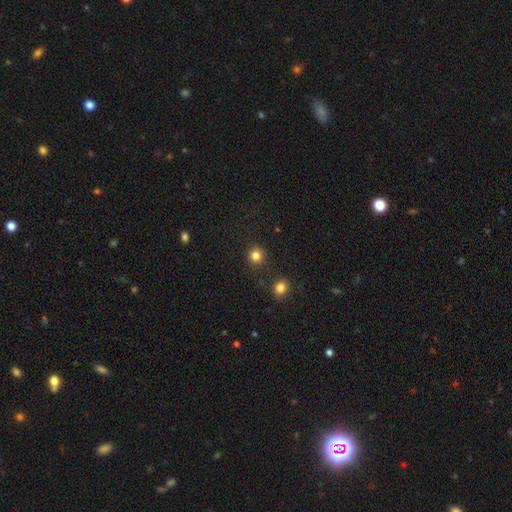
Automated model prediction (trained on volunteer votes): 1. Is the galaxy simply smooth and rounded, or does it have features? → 82% smooth, 13% star or artifact, 4% featured or disk.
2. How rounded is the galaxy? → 92% round, 7% in between, 1% cigar-shaped.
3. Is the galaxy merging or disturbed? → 87% none, 7% minor disturbance, 3% merger, 3% major disturbance.